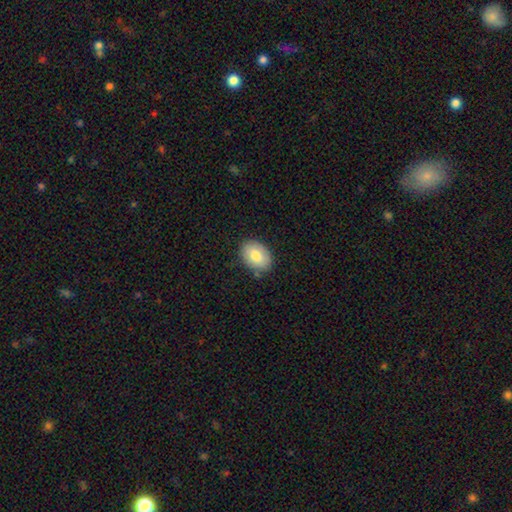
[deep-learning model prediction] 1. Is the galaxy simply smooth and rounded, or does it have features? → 77% smooth, 16% featured or disk, 7% star or artifact.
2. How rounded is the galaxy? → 78% in between, 21% round, 1% cigar-shaped.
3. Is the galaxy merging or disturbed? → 83% none, 13% minor disturbance, 3% major disturbance, 2% merger.